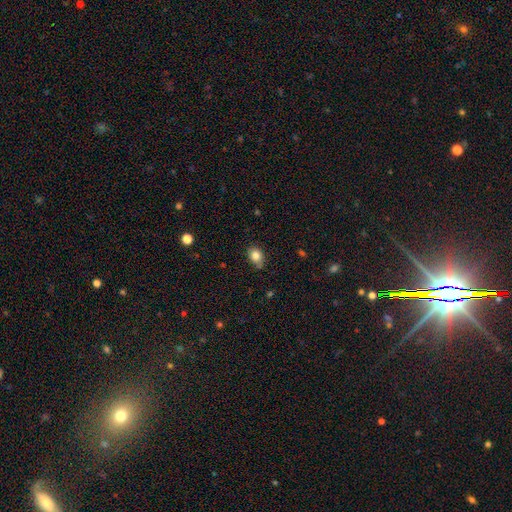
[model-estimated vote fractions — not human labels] smooth_or_featured: smooth (p=0.82) [alt: star or artifact p=0.10]
how_rounded: in between (p=0.54) [alt: round p=0.45]
merging: none (p=0.71) [alt: minor disturbance p=0.22]